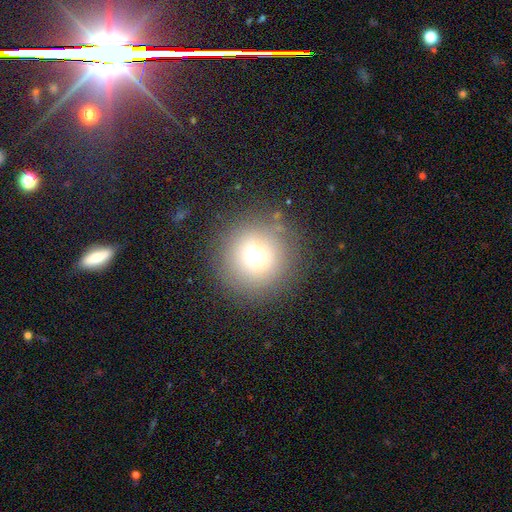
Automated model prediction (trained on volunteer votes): smooth-or-featured: smooth: 67% | star or artifact: 22% | featured or disk: 11%
  how-rounded: round: 95% | in between: 4% | cigar-shaped: 1%
  merging: none: 86% | minor disturbance: 7% | major disturbance: 4% | merger: 2%